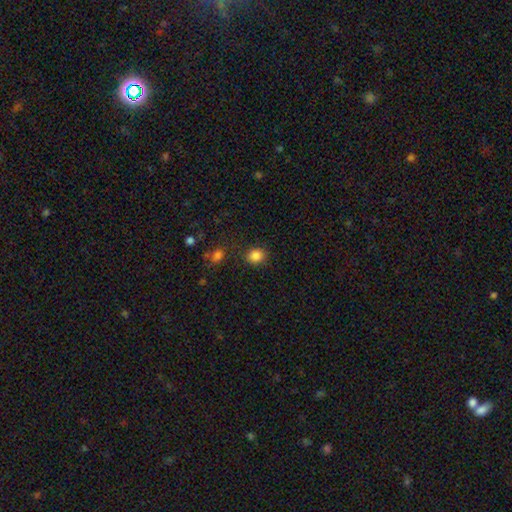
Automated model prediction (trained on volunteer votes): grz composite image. It shows a smooth galaxy with no disk features (84%) that is round (74%). Merging: none (84%).